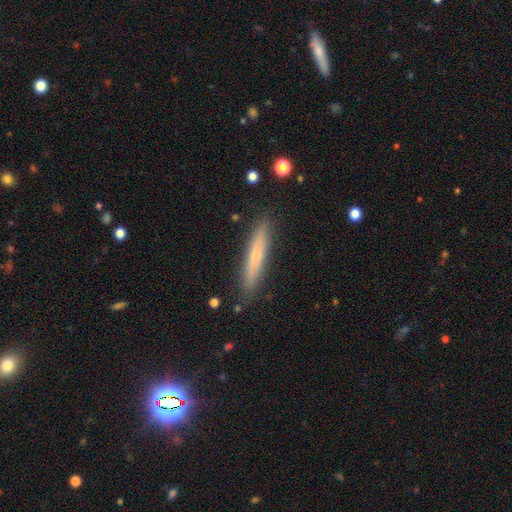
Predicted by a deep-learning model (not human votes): Morphology: type=smooth (67%); roundness=cigar-shaped (93%); merging=none (88%).